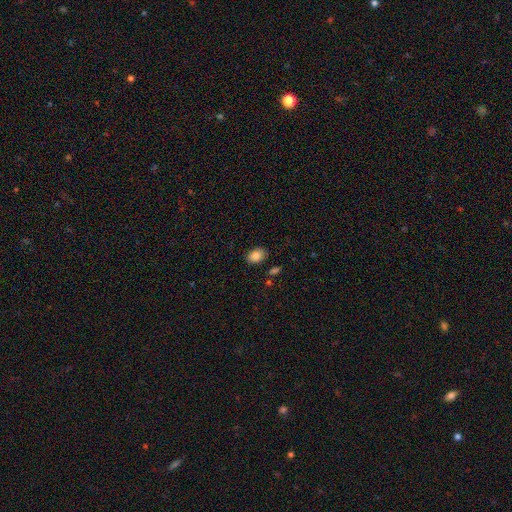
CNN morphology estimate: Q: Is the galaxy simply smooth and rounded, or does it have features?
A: smooth — 84%.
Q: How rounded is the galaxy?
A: in between — 80%.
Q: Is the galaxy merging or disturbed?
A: none — 86%.